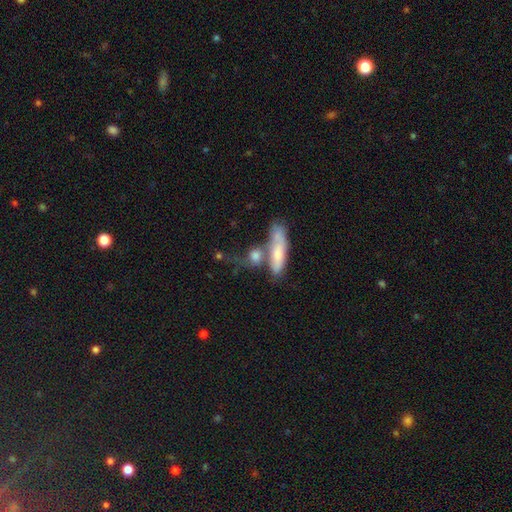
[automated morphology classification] Smooth or featured? Predicted: smooth (p=0.70). How rounded? Predicted: in between (p=0.43). Merging? Predicted: merger (p=0.40).